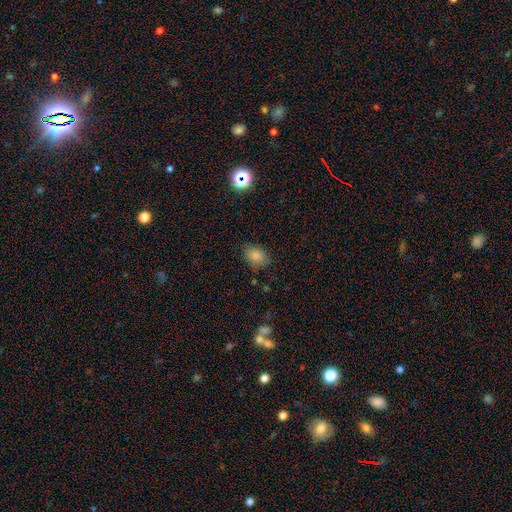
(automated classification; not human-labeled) A smooth galaxy with no disk features (82%) that is in between round and cigar-shaped (71%).

Vote fractions:
- Smooth or featured? smooth: 82% / star or artifact: 11% / featured or disk: 7%
- How rounded? in between: 71% / round: 28% / cigar-shaped: 1%
- Merging? none: 74% / minor disturbance: 20% / major disturbance: 5% / merger: 2%